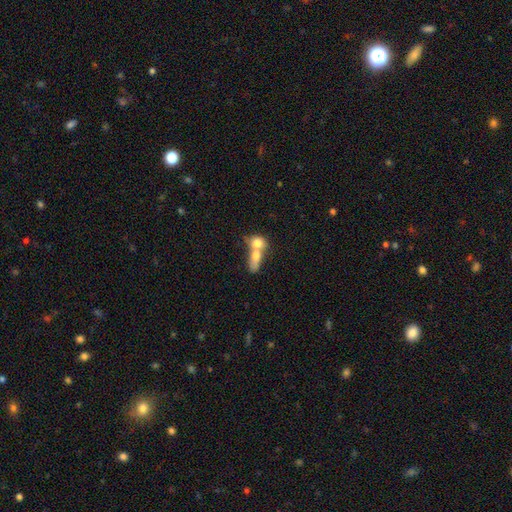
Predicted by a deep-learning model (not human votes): A smooth galaxy with no disk features (71%) that is in between round and cigar-shaped (60%). Merging: merger (77%).